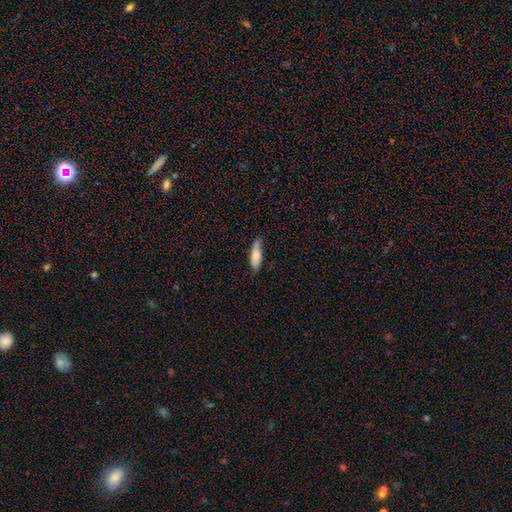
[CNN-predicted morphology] smooth_or_featured: smooth (p=0.78) [alt: featured or disk p=0.16]
how_rounded: in between (p=0.52) [alt: cigar-shaped p=0.46]
merging: none (p=0.63) [alt: minor disturbance p=0.29]